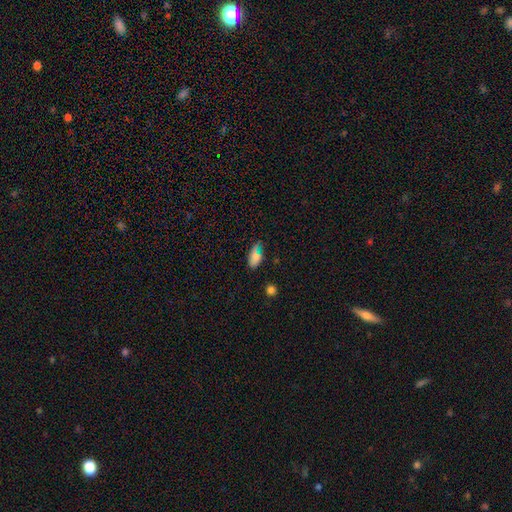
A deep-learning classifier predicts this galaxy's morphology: The model was most divided on "merging": none: 63%, minor disturbance: 25%, major disturbance: 9%, merger: 4%. More confident: how rounded — in between (86%); smooth or featured — smooth (71%).